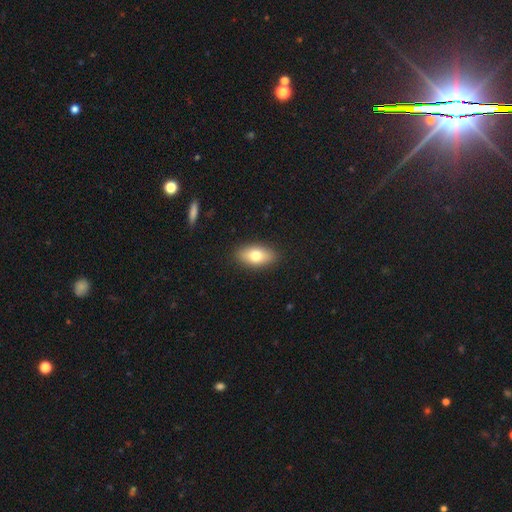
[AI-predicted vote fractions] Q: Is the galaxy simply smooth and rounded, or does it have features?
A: smooth — 76%.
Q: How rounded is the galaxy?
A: in between — 89%.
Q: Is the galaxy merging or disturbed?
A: none — 89%.